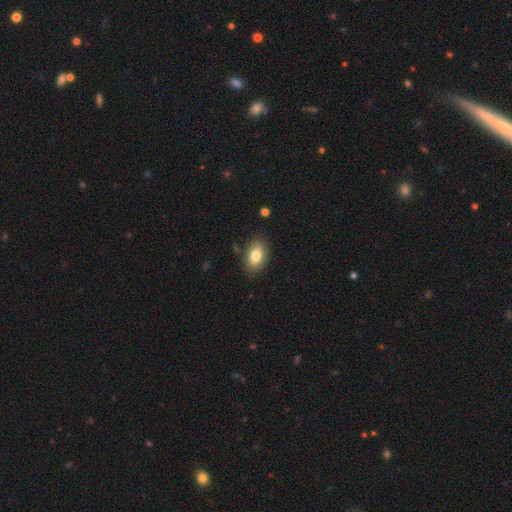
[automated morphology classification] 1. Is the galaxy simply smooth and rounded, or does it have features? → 81% smooth, 12% featured or disk, 8% star or artifact.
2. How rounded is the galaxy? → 90% in between, 8% round, 2% cigar-shaped.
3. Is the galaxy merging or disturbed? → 85% none, 11% minor disturbance, 3% major disturbance, 2% merger.